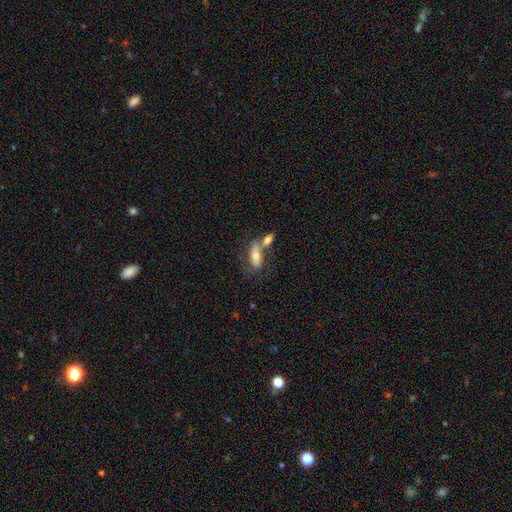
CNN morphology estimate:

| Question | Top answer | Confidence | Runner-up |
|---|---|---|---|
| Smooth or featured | smooth | 57% | featured or disk (35%) |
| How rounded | in between | 77% | cigar-shaped (19%) |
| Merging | merger | 49% | none (30%) |